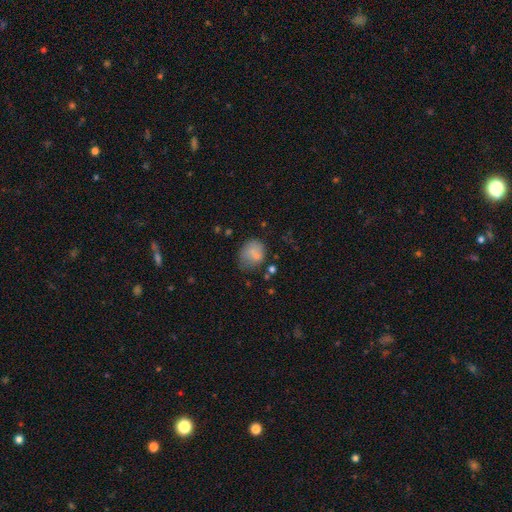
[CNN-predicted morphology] Overall: smooth (68%). How rounded: round (60%; in between 39%). Merging: none (59%; minor disturbance 26%).